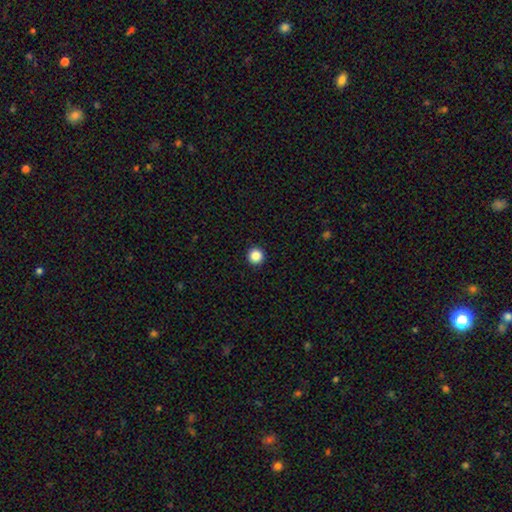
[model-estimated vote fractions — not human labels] This is clearly a smooth galaxy (87%). How rounded: clearly round (97%). Merging: clearly none (94%).